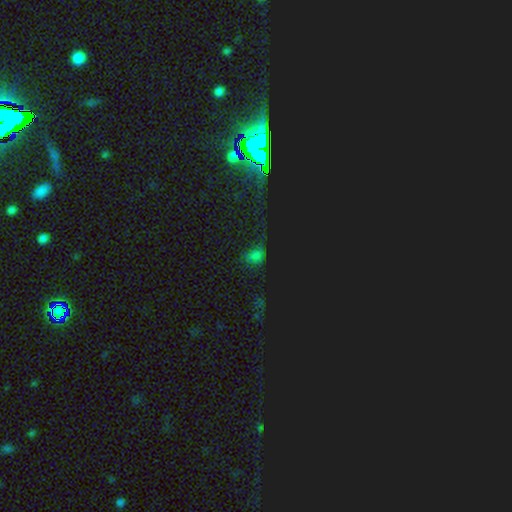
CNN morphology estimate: star or artifact 50%, smooth 38%, featured or disk 12%.